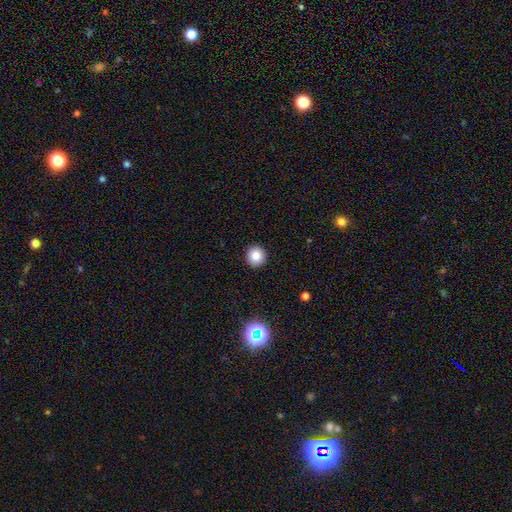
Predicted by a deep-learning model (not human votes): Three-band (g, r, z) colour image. It shows a smooth galaxy with no disk features (83%) that is round (93%). Merging: none (93%).